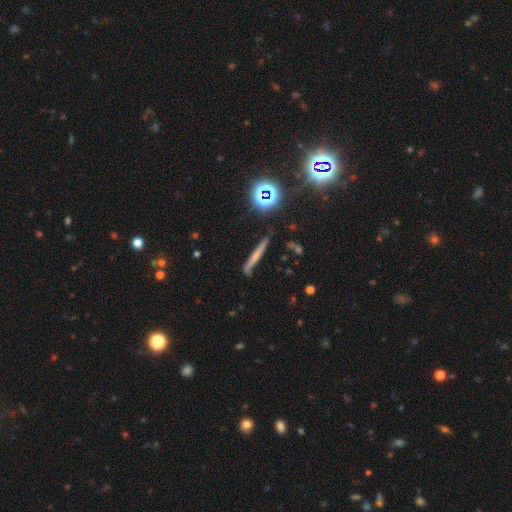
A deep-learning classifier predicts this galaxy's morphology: Smooth or featured? smooth (48%)
Merging? none (82%)